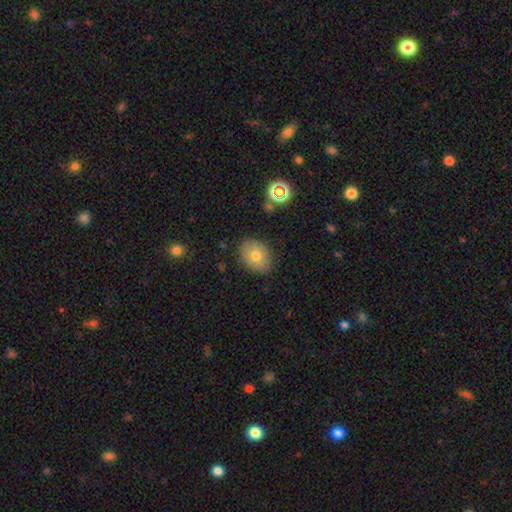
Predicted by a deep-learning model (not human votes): This is likely a smooth galaxy (74%). How rounded: possibly in between (53%). Merging: clearly none (84%).